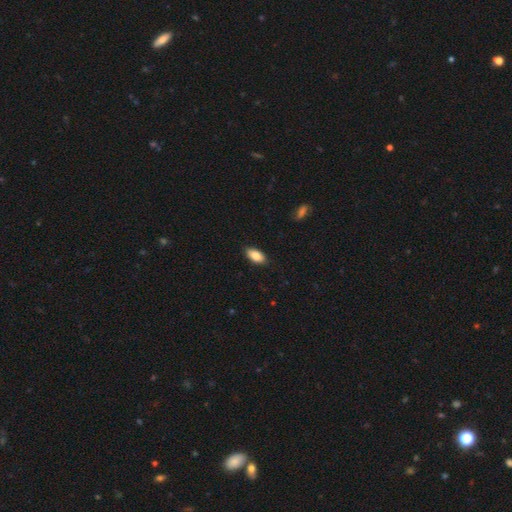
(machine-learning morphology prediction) A smooth galaxy with no disk features (86%) that is in between round and cigar-shaped (92%). Merging: none (87%).